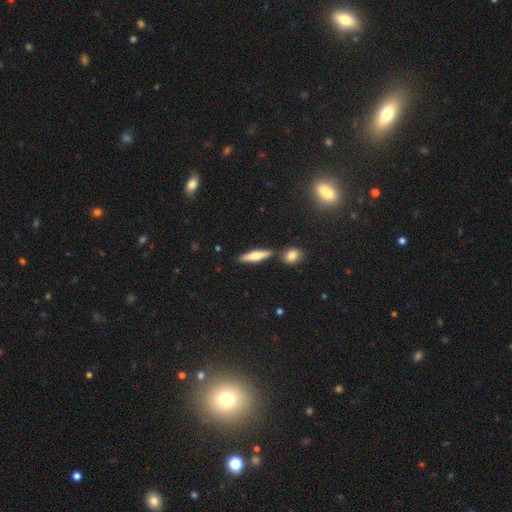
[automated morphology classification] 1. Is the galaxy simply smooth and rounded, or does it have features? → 56% smooth, 37% featured or disk, 7% star or artifact.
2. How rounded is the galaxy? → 71% cigar-shaped, 26% in between, 3% round.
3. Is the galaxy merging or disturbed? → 79% none, 9% merger, 9% minor disturbance, 2% major disturbance.